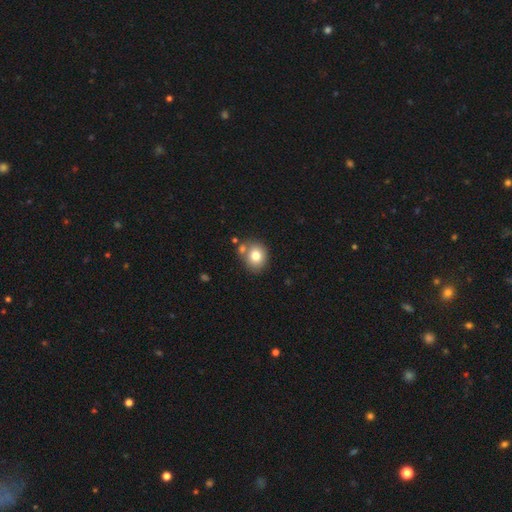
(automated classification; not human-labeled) Smooth or featured? Predicted: smooth (p=0.78). How rounded? Predicted: round (p=0.69). Merging? Predicted: none (p=0.68).